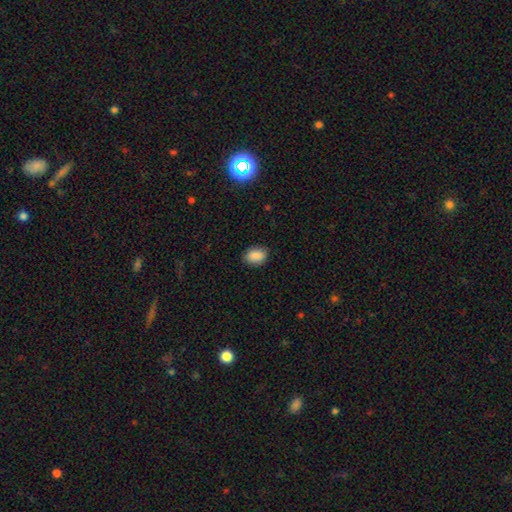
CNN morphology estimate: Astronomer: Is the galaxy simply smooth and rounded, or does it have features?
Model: smooth — 88%.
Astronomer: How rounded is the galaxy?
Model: in between — 79%.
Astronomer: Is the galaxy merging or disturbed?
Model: none — 84%.